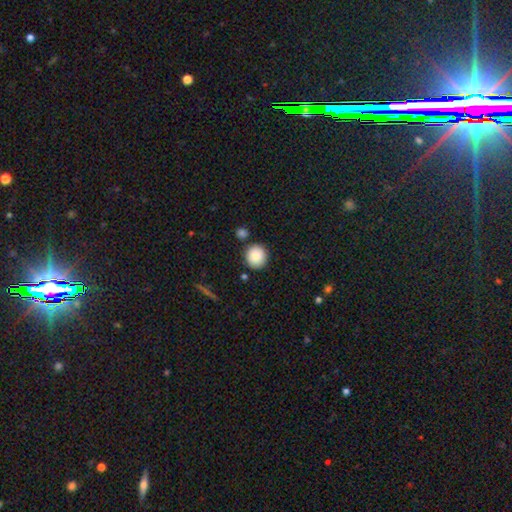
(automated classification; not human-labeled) Smooth or featured? smooth (87%)
How rounded? round (91%)
Merging? none (85%)